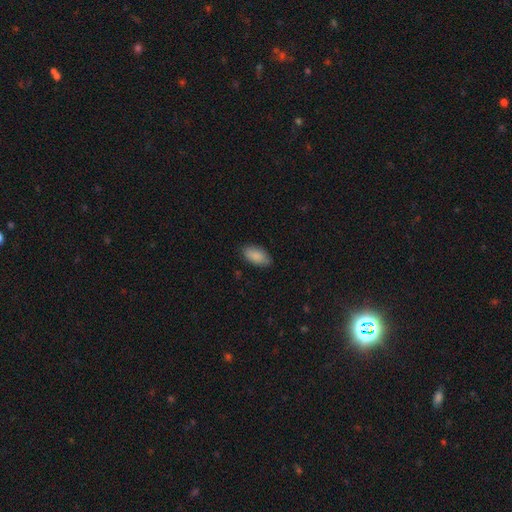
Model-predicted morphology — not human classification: Smooth or featured: smooth — 89% (star or artifact — 6%)
How rounded: in between — 93% (cigar-shaped — 5%)
Merging: none — 84% (minor disturbance — 13%)